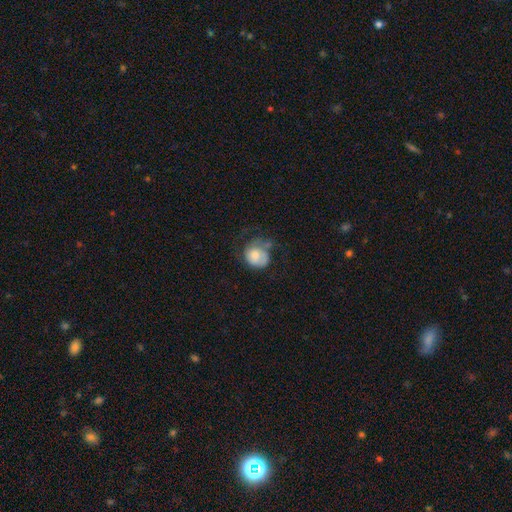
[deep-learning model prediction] Overall: smooth (62%; featured or disk 31%). How rounded: round (72%). Merging: major disturbance (33%, tied with none).